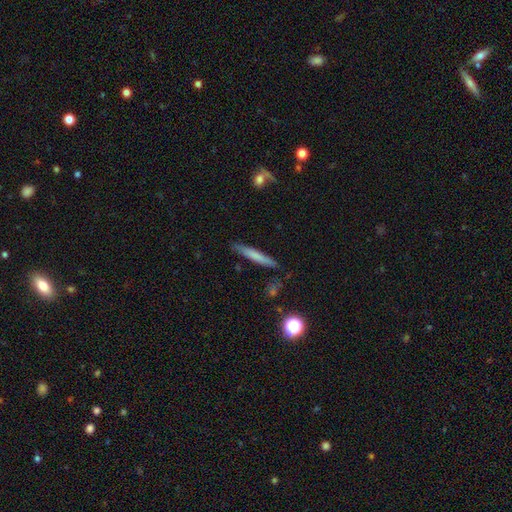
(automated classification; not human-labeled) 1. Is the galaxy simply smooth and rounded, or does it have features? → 69% smooth, 25% featured or disk, 7% star or artifact.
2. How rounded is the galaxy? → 94% cigar-shaped, 4% in between, 1% round.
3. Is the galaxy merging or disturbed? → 85% none, 10% minor disturbance, 2% major disturbance, 2% merger.